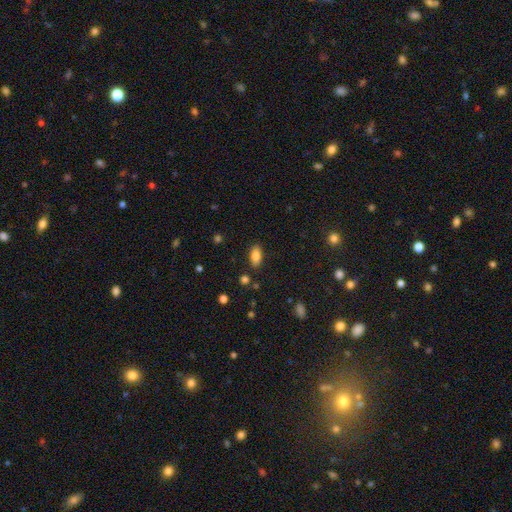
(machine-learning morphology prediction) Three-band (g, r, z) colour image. It shows a smooth galaxy with no disk features (85%) that is in between round and cigar-shaped (89%). Merging: none (85%).